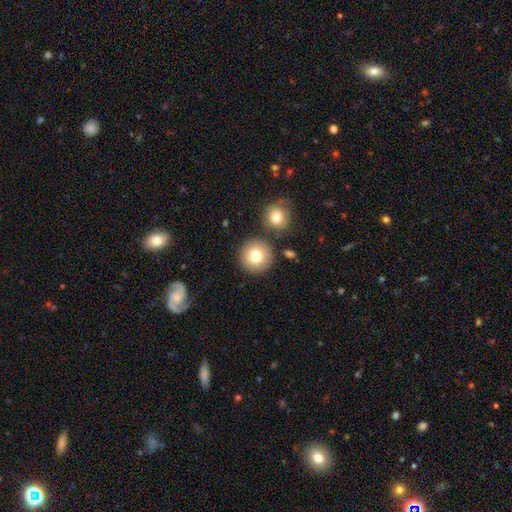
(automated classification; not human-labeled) A smooth galaxy with no disk features (78%) that is round (95%).

Vote fractions:
- Smooth or featured? smooth: 78% / featured or disk: 12% / star or artifact: 10%
- How rounded? round: 95% / in between: 4% / cigar-shaped: 1%
- Merging? none: 81% / merger: 10% / minor disturbance: 7% / major disturbance: 3%